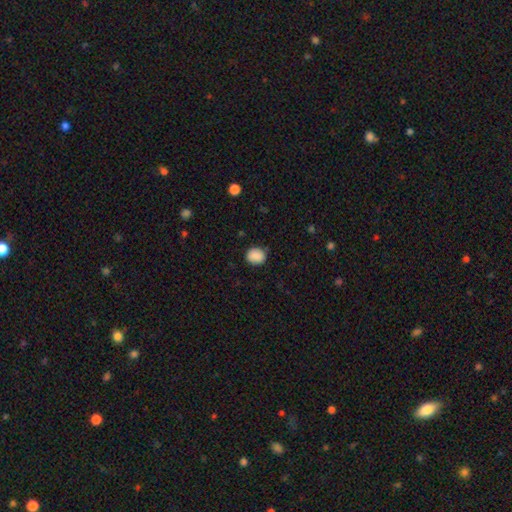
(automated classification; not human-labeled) Smooth or featured? Predicted: smooth (p=0.89). How rounded? Predicted: round (p=0.62). Merging? Predicted: none (p=0.82).